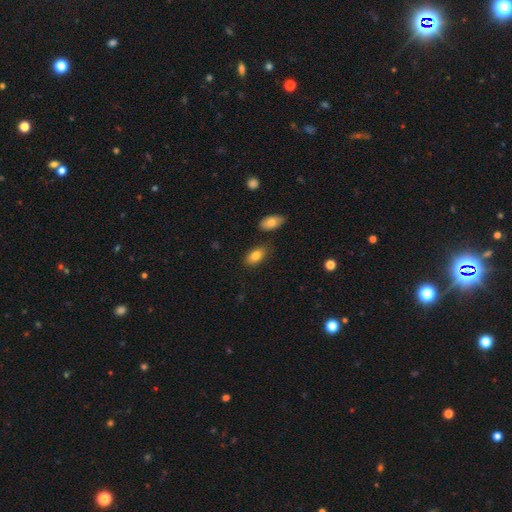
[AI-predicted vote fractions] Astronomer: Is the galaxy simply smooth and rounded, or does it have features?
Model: smooth — 82%.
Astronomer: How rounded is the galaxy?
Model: in between — 91%.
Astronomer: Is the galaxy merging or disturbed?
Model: none — 79%.